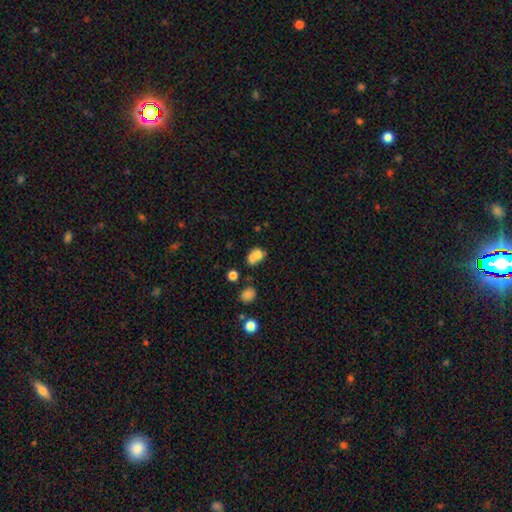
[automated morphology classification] A smooth galaxy with no disk features (70%) that is in between round and cigar-shaped (54%).

Vote fractions:
- Smooth or featured? smooth: 70% / featured or disk: 19% / star or artifact: 12%
- How rounded? in between: 54% / round: 44% / cigar-shaped: 1%
- Merging? merger: 58% / none: 25% / minor disturbance: 10% / major disturbance: 6%